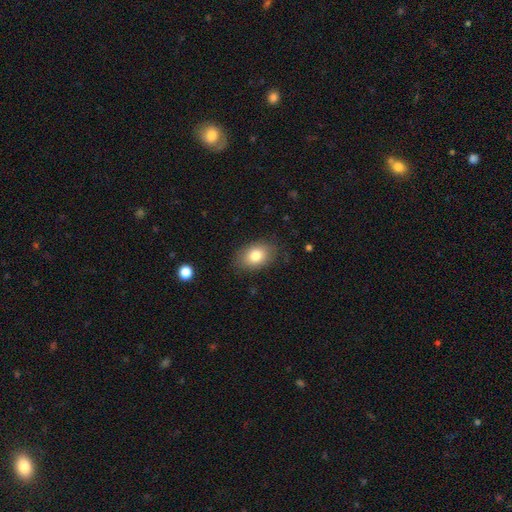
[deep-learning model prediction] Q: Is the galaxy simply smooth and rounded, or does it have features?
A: smooth — 80%.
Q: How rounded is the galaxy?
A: in between — 82%.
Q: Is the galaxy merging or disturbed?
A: none — 84%.